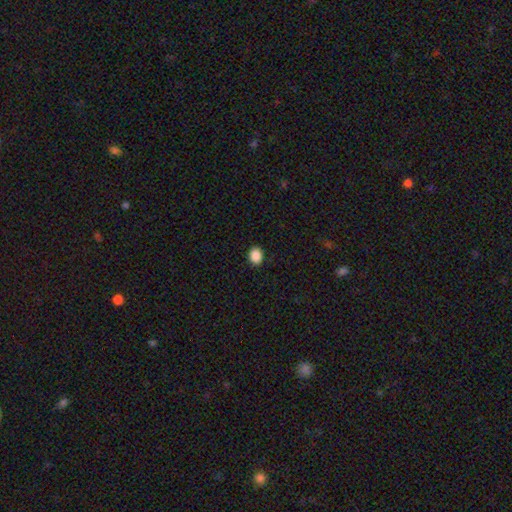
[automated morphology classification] Smooth or featured?
  - smooth: 89% *
  - star or artifact: 9%
  - featured or disk: 3%
How rounded?
  - in between: 50% *
  - round: 49%
  - cigar-shaped: 1%
Merging?
  - none: 91% *
  - minor disturbance: 7%
  - major disturbance: 2%
  - merger: 1%